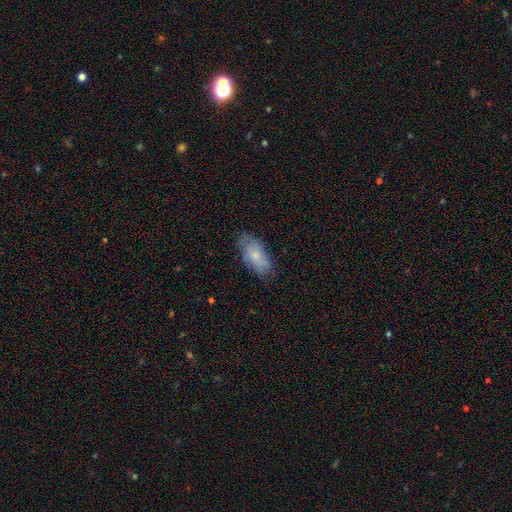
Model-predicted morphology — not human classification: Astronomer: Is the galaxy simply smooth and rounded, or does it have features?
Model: smooth — 57% (runner-up: featured or disk, 36%).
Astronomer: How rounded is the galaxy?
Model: in between — 90%.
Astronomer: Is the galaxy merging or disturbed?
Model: none — 71%.